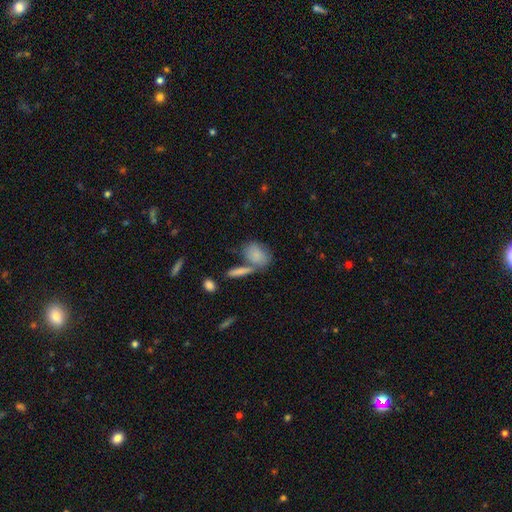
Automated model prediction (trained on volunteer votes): Smooth or featured? Predicted: smooth (p=0.81). How rounded? Predicted: in between (p=0.77). Merging? Predicted: none (p=0.46).